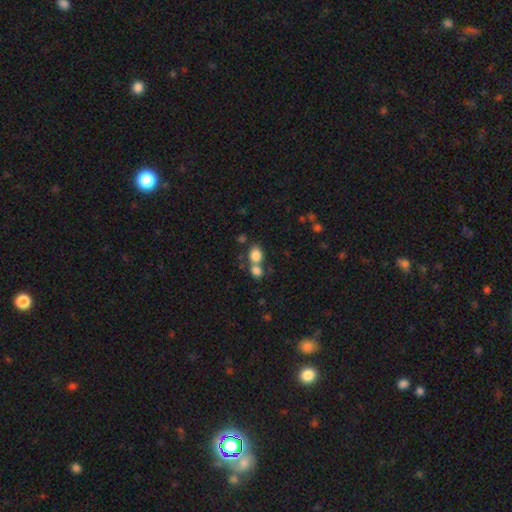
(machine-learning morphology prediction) smooth 81%, star or artifact 10%, featured or disk 8%. Down the decision tree: how rounded — round (52%); merging — merger (46%).